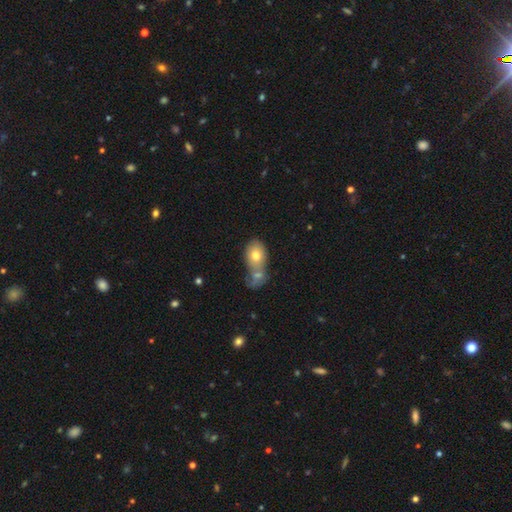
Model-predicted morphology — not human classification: Overall: smooth (73%). How rounded: in between (78%). Merging: merger (56%; none 27%).